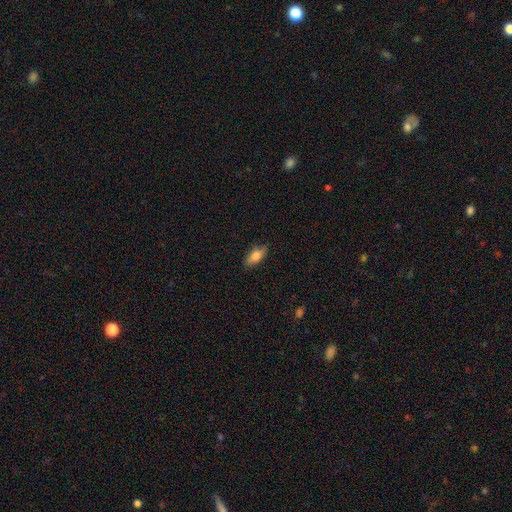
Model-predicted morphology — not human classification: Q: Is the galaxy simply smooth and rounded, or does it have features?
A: smooth — 80%.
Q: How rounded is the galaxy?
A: in between — 82%.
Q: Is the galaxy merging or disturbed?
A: none — 84%.